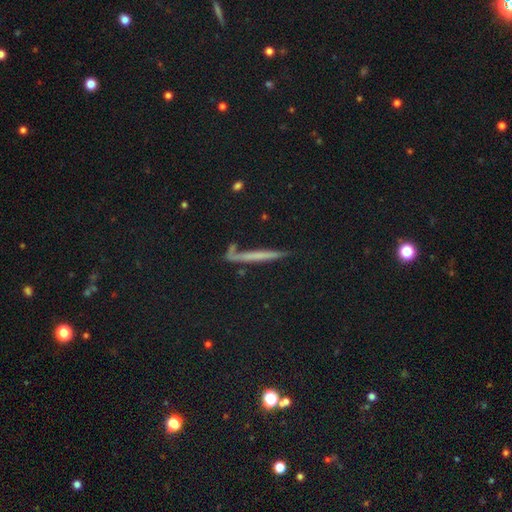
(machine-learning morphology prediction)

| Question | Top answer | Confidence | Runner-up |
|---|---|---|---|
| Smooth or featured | smooth | 44% | featured or disk (31%) |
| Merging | none | 71% | minor disturbance (17%) |